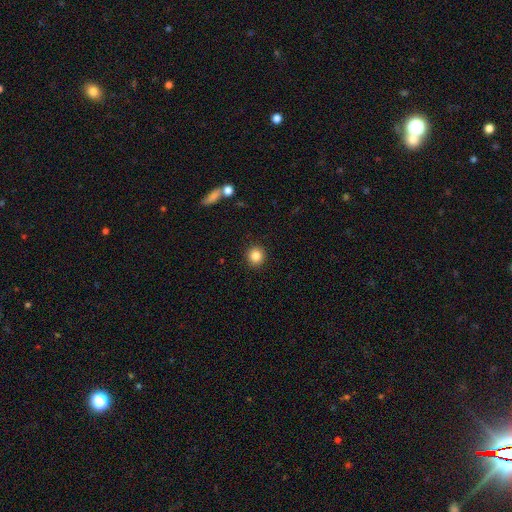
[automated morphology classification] Smooth or featured?
  - smooth: 85% *
  - star or artifact: 10%
  - featured or disk: 5%
How rounded?
  - round: 91% *
  - in between: 8%
  - cigar-shaped: 1%
Merging?
  - none: 92% *
  - minor disturbance: 5%
  - major disturbance: 2%
  - merger: 1%